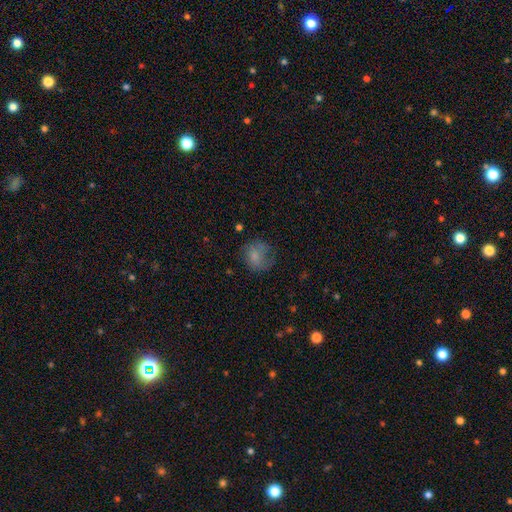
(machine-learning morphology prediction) Smooth or featured?
  - smooth: 71% *
  - featured or disk: 18%
  - star or artifact: 11%
How rounded?
  - round: 70% *
  - in between: 29%
  - cigar-shaped: 1%
Merging?
  - none: 49% *
  - minor disturbance: 25%
  - major disturbance: 23%
  - merger: 2%